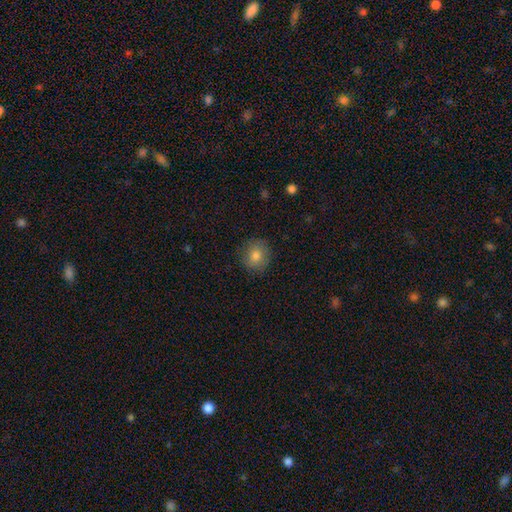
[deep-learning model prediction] smooth 81%, star or artifact 10%, featured or disk 9%. Down the decision tree: how rounded — round (86%); merging — none (86%).